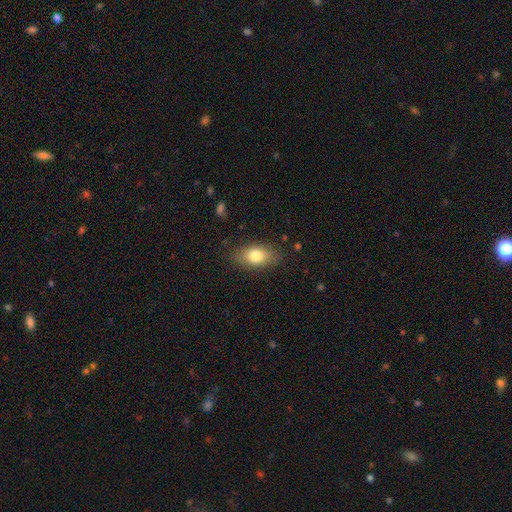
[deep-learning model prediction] Q: Smooth or featured?
A: smooth (78%); runner-up: featured or disk (14%)
Q: How rounded?
A: in between (86%); runner-up: round (8%)
Q: Merging?
A: none (83%); runner-up: minor disturbance (13%)